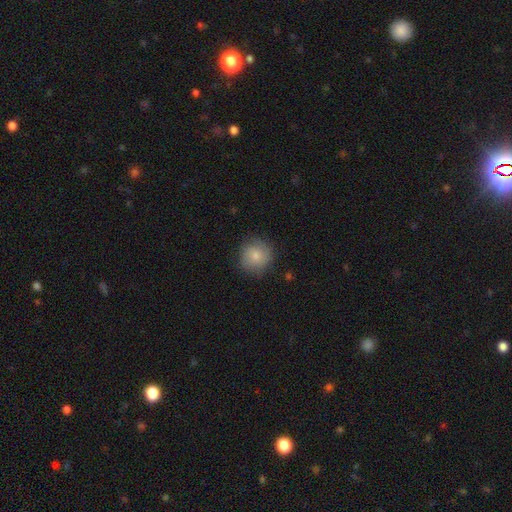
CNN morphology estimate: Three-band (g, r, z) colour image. It shows a smooth galaxy with no disk features (77%) that is round (91%). Merging: none (80%).